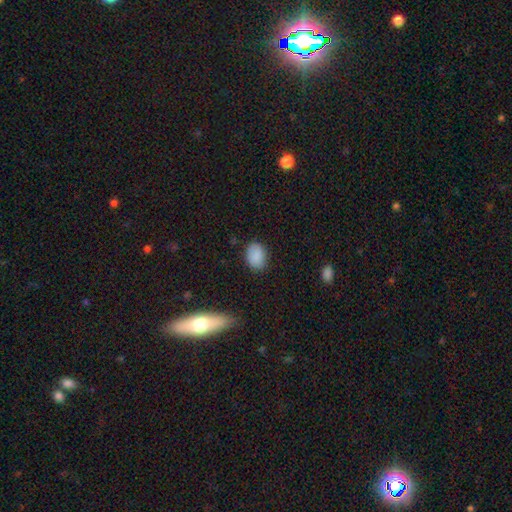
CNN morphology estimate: A smooth galaxy with no disk features (87%) that is in between round and cigar-shaped (70%).

Vote fractions:
- Smooth or featured? smooth: 87% / star or artifact: 9% / featured or disk: 4%
- How rounded? in between: 70% / round: 28% / cigar-shaped: 1%
- Merging? none: 83% / minor disturbance: 13% / major disturbance: 3% / merger: 1%